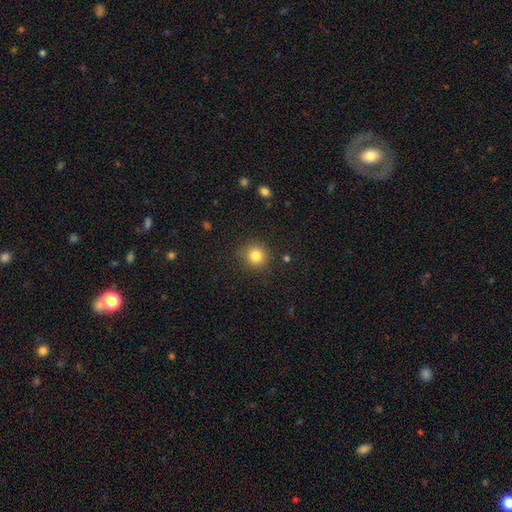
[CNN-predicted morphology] Q: Smooth or featured?
A: smooth (82%); runner-up: star or artifact (11%)
Q: How rounded?
A: round (92%); runner-up: in between (8%)
Q: Merging?
A: none (87%); runner-up: minor disturbance (8%)